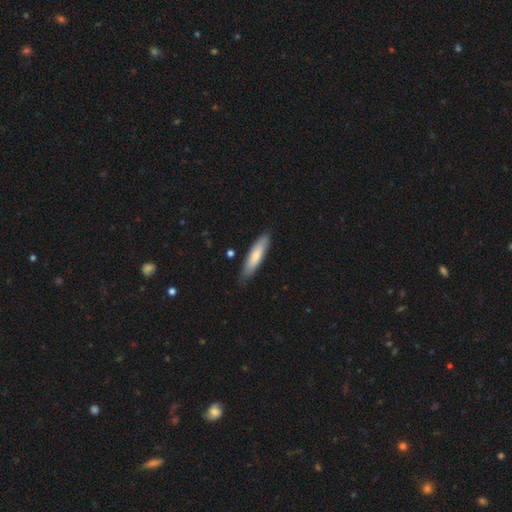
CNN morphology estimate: A smooth galaxy with no disk features (73%) that is cigar-shaped (70%). Merging: none (81%).